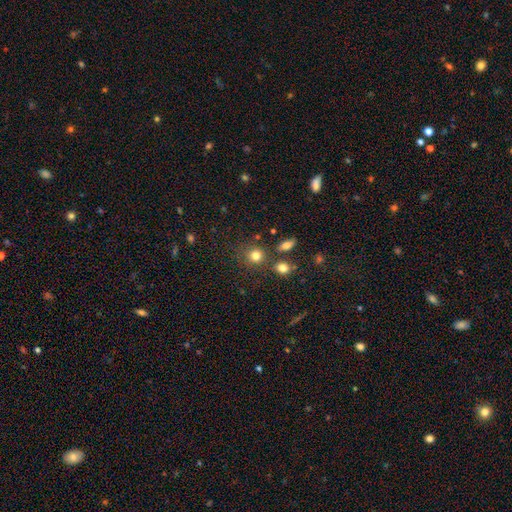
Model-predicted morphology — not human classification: Smooth or featured? smooth (80%)
How rounded? round (85%)
Merging? none (74%)